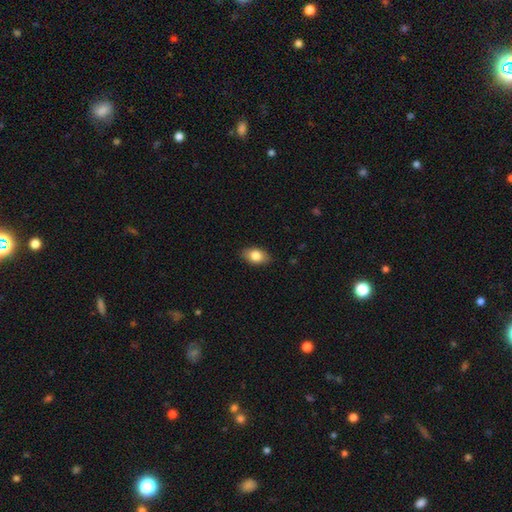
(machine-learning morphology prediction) Overall: smooth (83%). How rounded: in between (88%). Merging: none (86%).